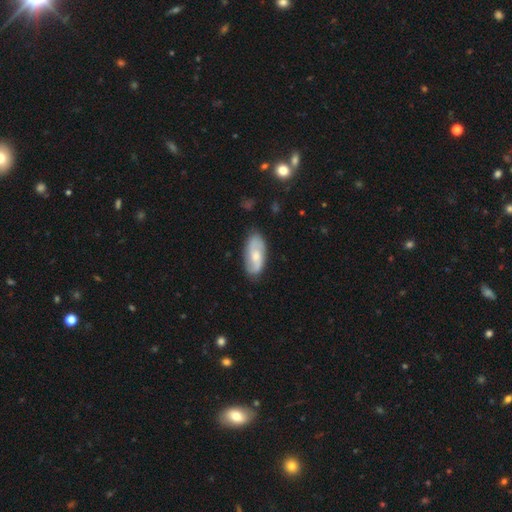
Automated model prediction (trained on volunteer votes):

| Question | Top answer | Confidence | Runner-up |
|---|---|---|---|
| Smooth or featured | featured or disk | 56% | smooth (38%) |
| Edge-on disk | no | 93% | yes (7%) |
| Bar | no | 56% | weak (36%) |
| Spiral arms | yes | 87% | no (13%) |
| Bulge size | moderate | 52% | small (37%) |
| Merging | none | 78% | minor disturbance (16%) |